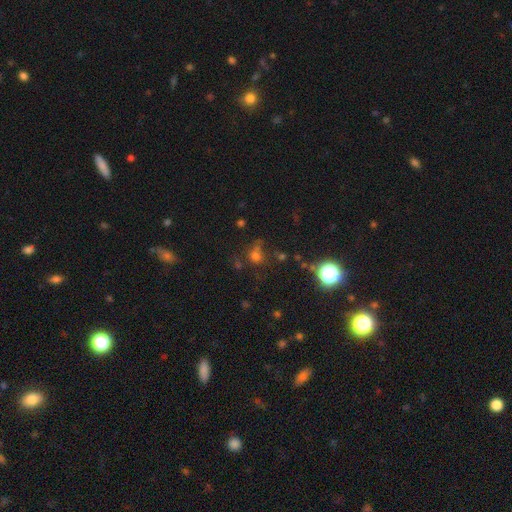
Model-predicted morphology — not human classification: A smooth galaxy with no disk features (58%) that is round (79%). Merging: none (57%).